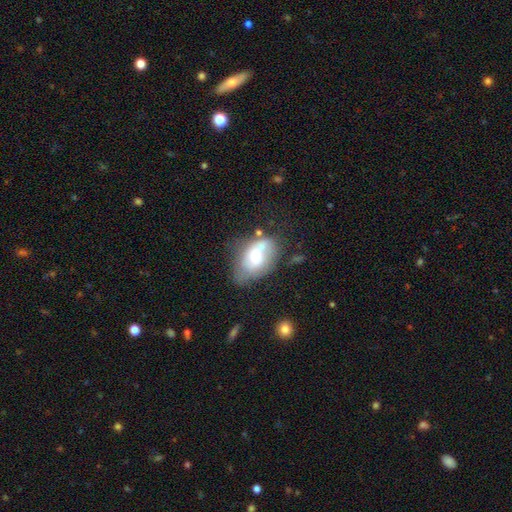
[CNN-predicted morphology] The model was most divided on "merging": none: 33%, minor disturbance: 31%, major disturbance: 22%, merger: 14%. More confident: how rounded — in between (85%); smooth or featured — smooth (53%).